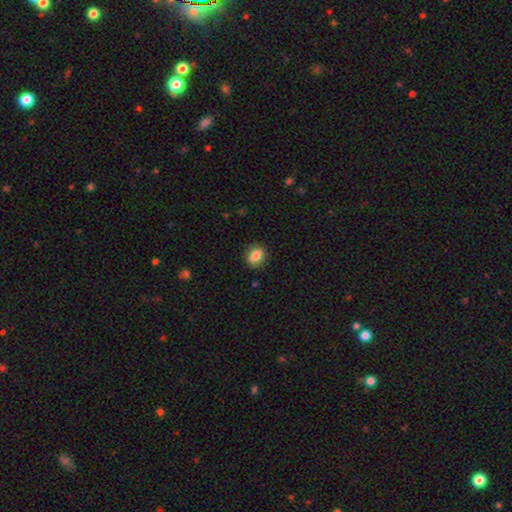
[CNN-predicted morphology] A smooth galaxy with no disk features (85%) that is in between round and cigar-shaped (61%).

Vote fractions:
- Smooth or featured? smooth: 85% / star or artifact: 8% / featured or disk: 6%
- How rounded? in between: 61% / round: 37% / cigar-shaped: 2%
- Merging? none: 87% / minor disturbance: 10% / major disturbance: 2% / merger: 1%